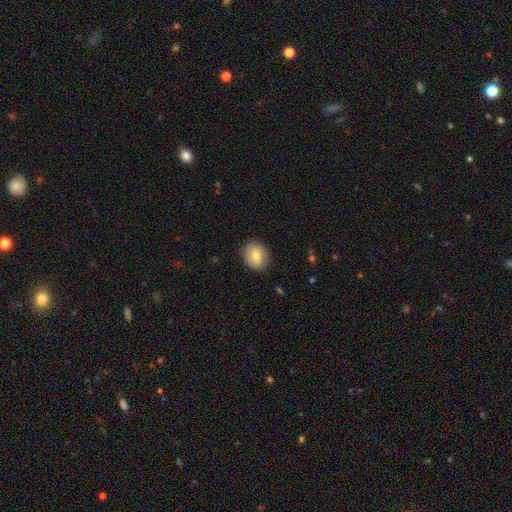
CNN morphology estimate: A smooth galaxy with no disk features (72%) that is round (57%).

Vote fractions:
- Smooth or featured? smooth: 72% / featured or disk: 21% / star or artifact: 8%
- How rounded? round: 57% / in between: 42% / cigar-shaped: 1%
- Merging? none: 84% / minor disturbance: 13% / major disturbance: 3% / merger: 1%